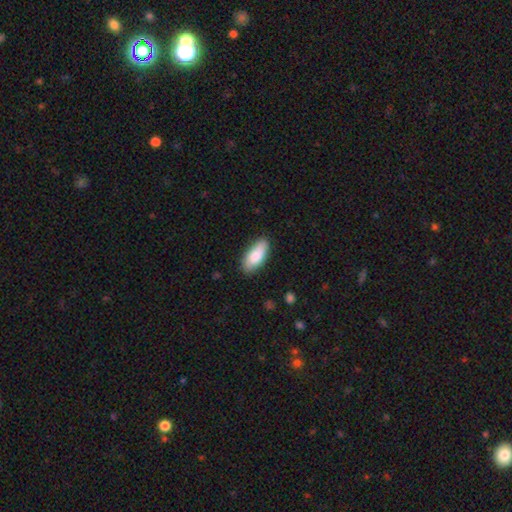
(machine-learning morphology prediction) A smooth galaxy with no disk features (83%) that is in between round and cigar-shaped (86%). Merging: none (83%).